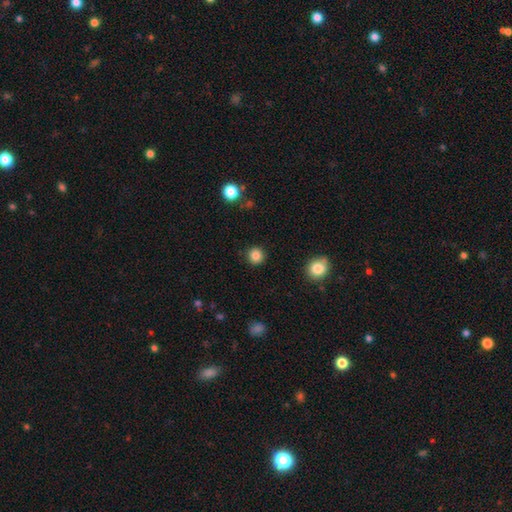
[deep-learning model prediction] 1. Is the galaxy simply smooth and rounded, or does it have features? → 85% smooth, 11% star or artifact, 4% featured or disk.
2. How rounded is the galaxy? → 94% round, 5% in between, 1% cigar-shaped.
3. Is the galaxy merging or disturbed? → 92% none, 5% minor disturbance, 2% major disturbance, 1% merger.